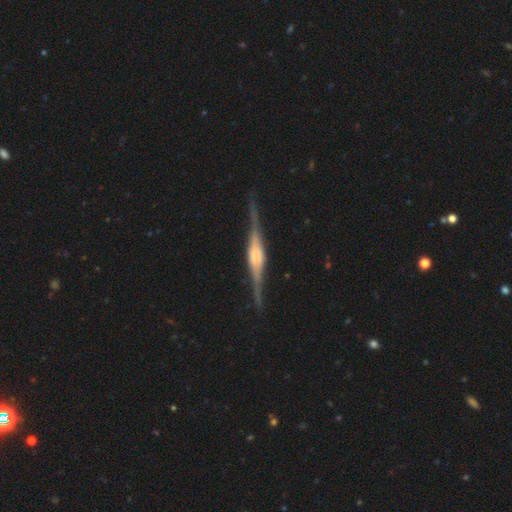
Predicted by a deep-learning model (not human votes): Q: Smooth or featured?
A: featured or disk (86%); runner-up: smooth (9%)
Q: Edge-on disk?
A: yes (98%); runner-up: no (2%)
Q: Edge-on bulge?
A: boxy (48%); runner-up: rounded (47%)
Q: Merging?
A: none (85%); runner-up: minor disturbance (11%)